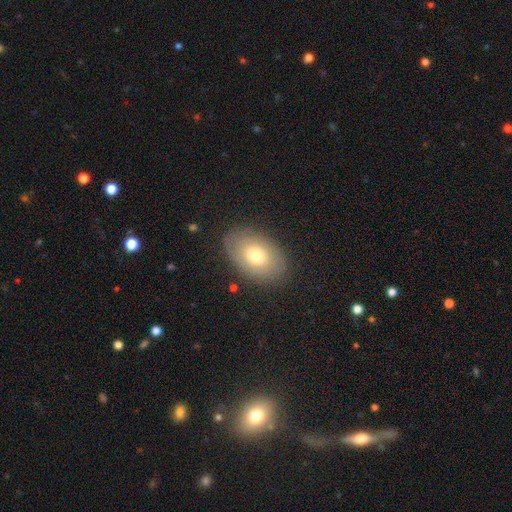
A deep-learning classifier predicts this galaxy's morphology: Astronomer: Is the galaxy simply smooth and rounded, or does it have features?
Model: smooth — 65%.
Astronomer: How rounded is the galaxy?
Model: in between — 88%.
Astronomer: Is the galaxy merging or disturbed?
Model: none — 83%.